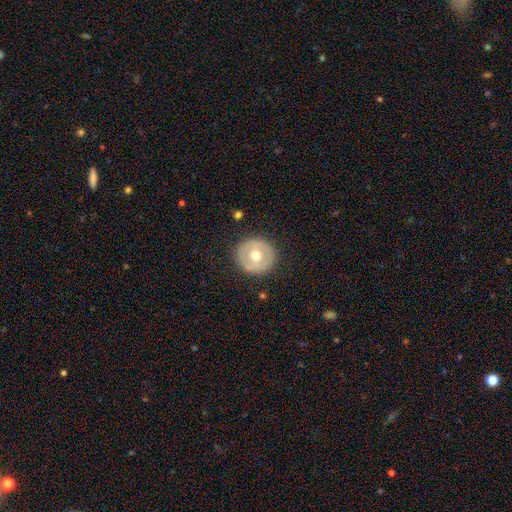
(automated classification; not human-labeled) Q: Smooth or featured?
A: smooth (49%); runner-up: featured or disk (45%)
Q: Merging?
A: none (87%); runner-up: minor disturbance (9%)